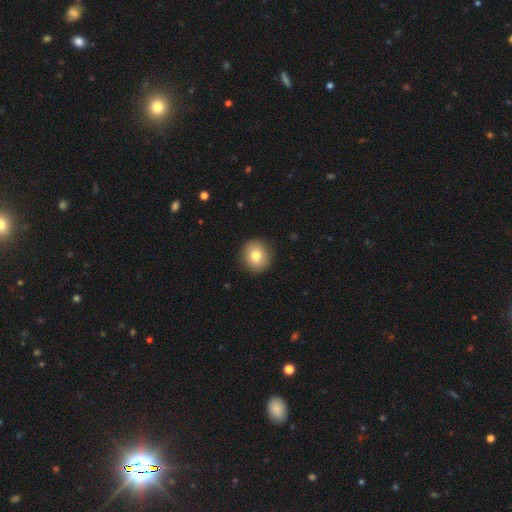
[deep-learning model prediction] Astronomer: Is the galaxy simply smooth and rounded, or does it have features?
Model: smooth — 79%.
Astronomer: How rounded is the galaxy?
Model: round — 85%.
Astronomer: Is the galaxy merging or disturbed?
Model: none — 90%.